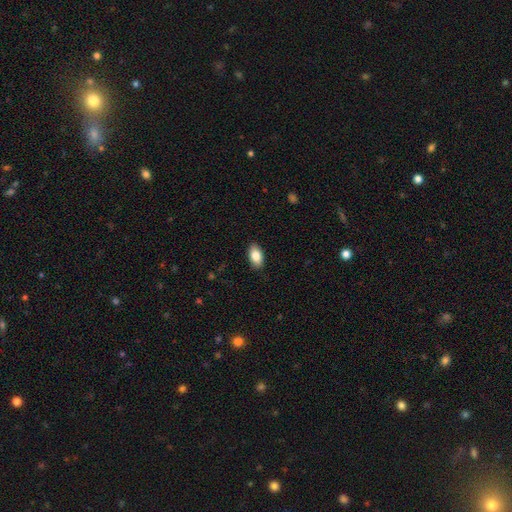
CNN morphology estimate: Smooth or featured? smooth (84%)
How rounded? in between (93%)
Merging? none (88%)